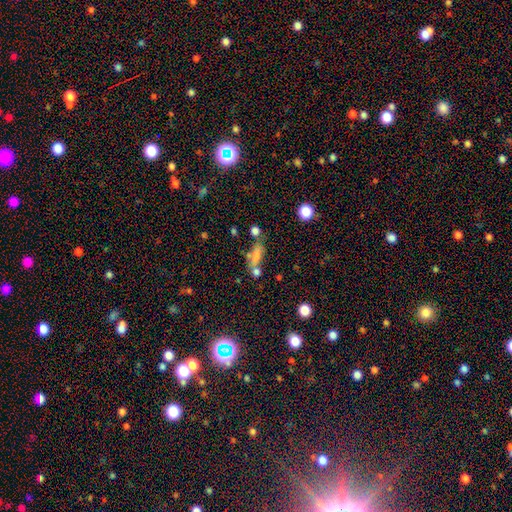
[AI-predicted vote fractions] A smooth galaxy with no disk features (68%) that is in between round and cigar-shaped (51%). Merging: none (47%).